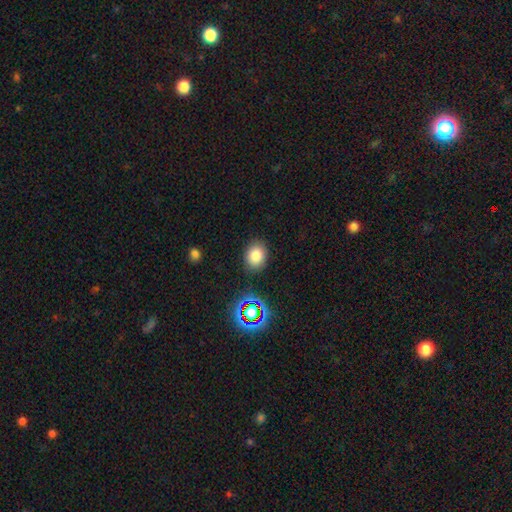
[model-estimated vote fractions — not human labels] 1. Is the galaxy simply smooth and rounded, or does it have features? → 81% smooth, 13% star or artifact, 7% featured or disk.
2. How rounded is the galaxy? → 56% in between, 43% round, 1% cigar-shaped.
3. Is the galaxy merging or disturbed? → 85% none, 10% minor disturbance, 3% major disturbance, 2% merger.